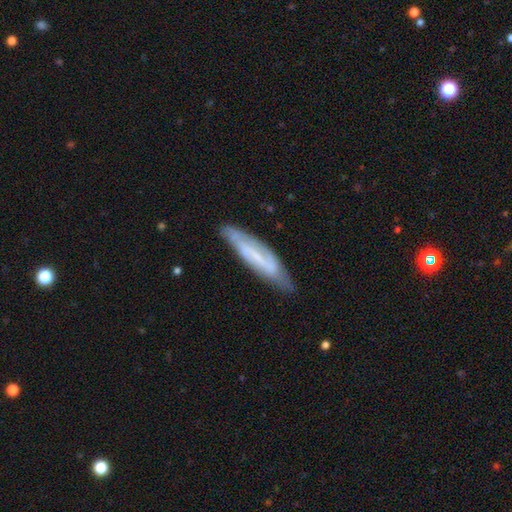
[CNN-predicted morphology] Smooth or featured? Predicted: featured or disk (p=0.63). Edge-on disk? Predicted: no (p=0.59). Merging? Predicted: none (p=0.72).